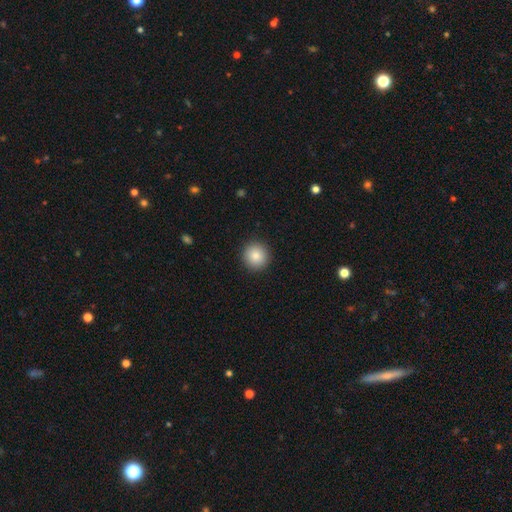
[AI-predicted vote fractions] Smooth or featured? Predicted: smooth (p=0.85). How rounded? Predicted: round (p=0.94). Merging? Predicted: none (p=0.92).